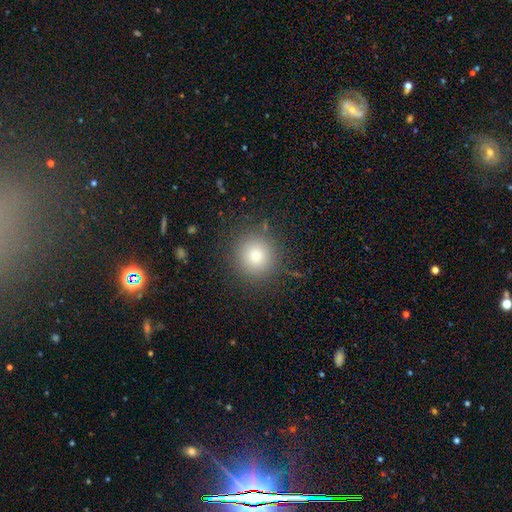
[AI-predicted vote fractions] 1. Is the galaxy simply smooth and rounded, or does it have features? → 82% smooth, 12% star or artifact, 7% featured or disk.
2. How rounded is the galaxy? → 93% round, 6% in between, 1% cigar-shaped.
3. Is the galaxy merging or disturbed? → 86% none, 8% minor disturbance, 4% major disturbance, 1% merger.